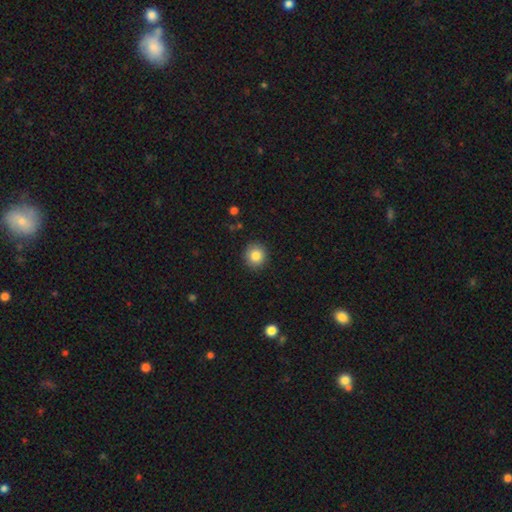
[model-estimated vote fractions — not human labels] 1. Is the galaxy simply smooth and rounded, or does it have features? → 83% smooth, 10% star or artifact, 7% featured or disk.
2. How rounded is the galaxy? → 91% round, 8% in between, 1% cigar-shaped.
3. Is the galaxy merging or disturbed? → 90% none, 7% minor disturbance, 2% major disturbance, 1% merger.